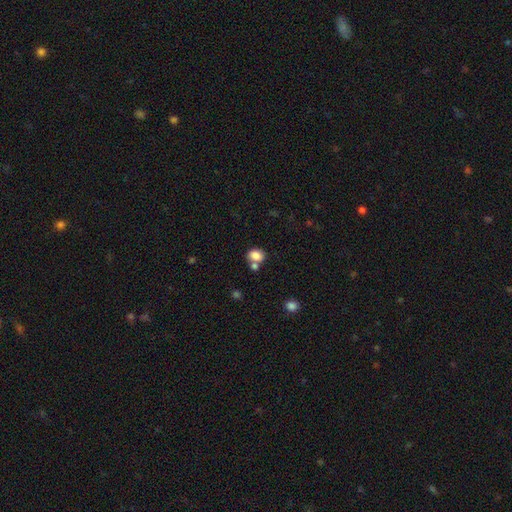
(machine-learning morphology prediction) This is clearly a smooth galaxy (83%). How rounded: likely in between (65%). Merging: possibly none (51%).